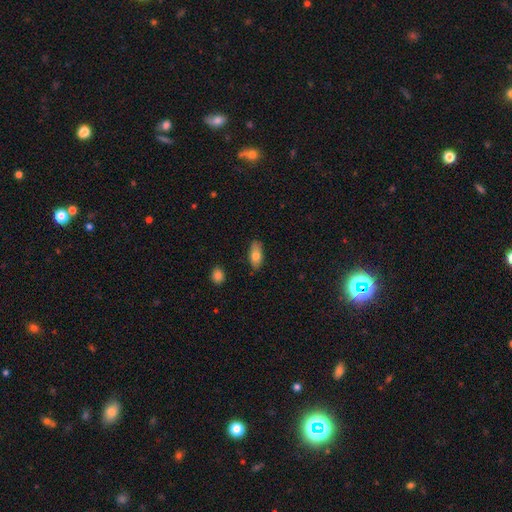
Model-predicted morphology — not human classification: smooth-or-featured: smooth: 76% | featured or disk: 17% | star or artifact: 7%
  how-rounded: in between: 84% | cigar-shaped: 12% | round: 3%
  merging: none: 81% | minor disturbance: 15% | major disturbance: 3% | merger: 2%